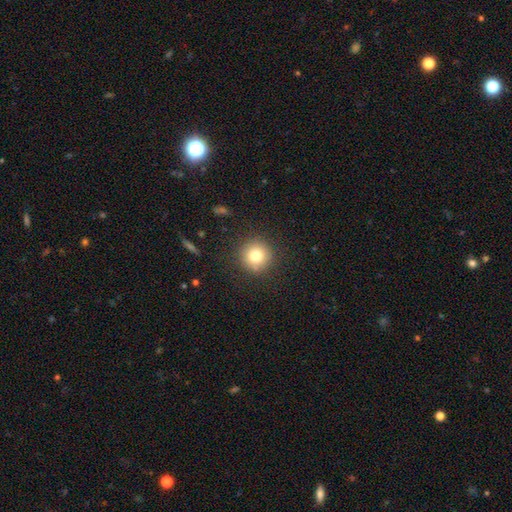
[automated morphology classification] Q: Smooth or featured?
A: smooth (79%); runner-up: star or artifact (12%)
Q: How rounded?
A: round (95%); runner-up: in between (4%)
Q: Merging?
A: none (89%); runner-up: minor disturbance (7%)